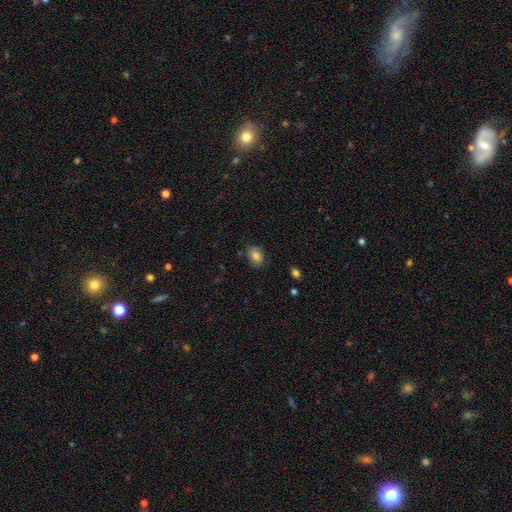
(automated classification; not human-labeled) The model was most divided on "how rounded": in between: 65%, round: 34%, cigar-shaped: 1%. More confident: smooth or featured — smooth (82%); merging — none (81%).